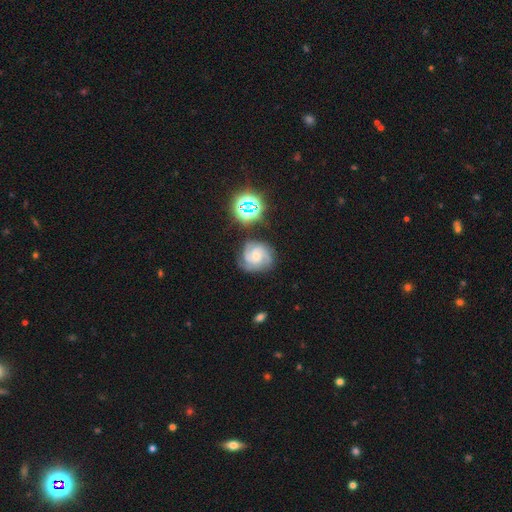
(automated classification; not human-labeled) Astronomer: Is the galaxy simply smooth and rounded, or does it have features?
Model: featured or disk — 78%.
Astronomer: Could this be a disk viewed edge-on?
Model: no — 98%.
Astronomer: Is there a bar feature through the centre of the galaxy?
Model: no — 69%.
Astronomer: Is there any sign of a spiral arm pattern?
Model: yes — 97%.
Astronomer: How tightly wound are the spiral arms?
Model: tight — 55% (runner-up: medium, 38%).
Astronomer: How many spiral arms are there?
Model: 3 — 54%.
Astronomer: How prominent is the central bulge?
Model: small — 58% (runner-up: moderate, 36%).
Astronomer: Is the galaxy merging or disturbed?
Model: none — 74%.